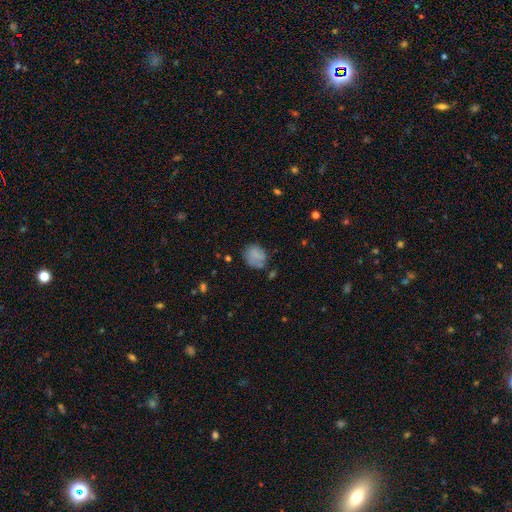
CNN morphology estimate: smooth_or_featured: smooth (p=0.77) [alt: featured or disk p=0.13]
how_rounded: round (p=0.65) [alt: in between p=0.33]
merging: none (p=0.62) [alt: minor disturbance p=0.24]